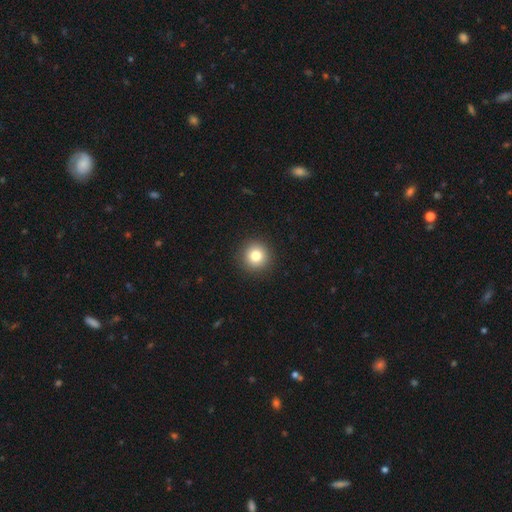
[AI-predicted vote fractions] smooth-or-featured: smooth: 81% | star or artifact: 11% | featured or disk: 8%
  how-rounded: round: 95% | in between: 4% | cigar-shaped: 1%
  merging: none: 92% | minor disturbance: 5% | major disturbance: 2% | merger: 1%